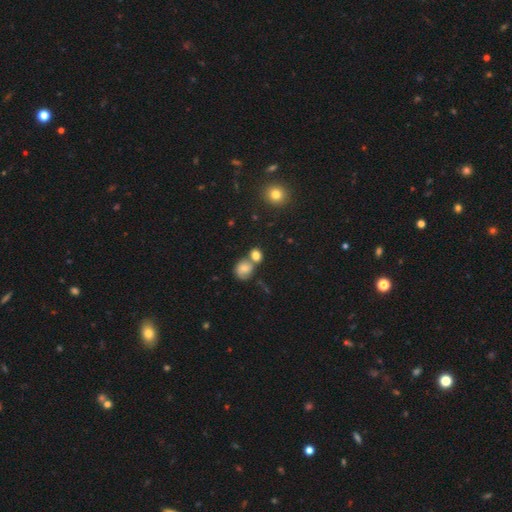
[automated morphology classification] Q: Smooth or featured?
A: smooth (75%); runner-up: featured or disk (13%)
Q: How rounded?
A: round (65%); runner-up: in between (33%)
Q: Merging?
A: none (45%); runner-up: merger (40%)